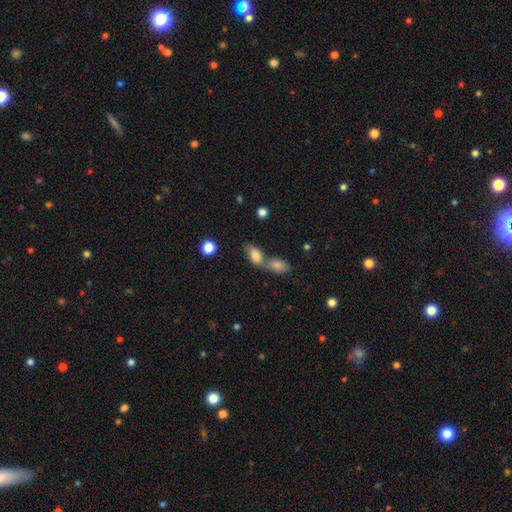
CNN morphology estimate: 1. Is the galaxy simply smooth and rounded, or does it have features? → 80% smooth, 11% featured or disk, 9% star or artifact.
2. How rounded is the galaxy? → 87% in between, 8% round, 5% cigar-shaped.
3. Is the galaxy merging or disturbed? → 57% merger, 30% none, 8% minor disturbance, 4% major disturbance.